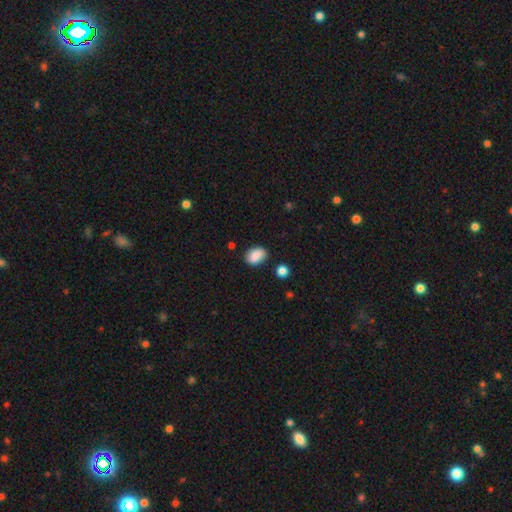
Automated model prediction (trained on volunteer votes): This is clearly a smooth galaxy (85%). How rounded: likely in between (75%). Merging: likely none (74%).